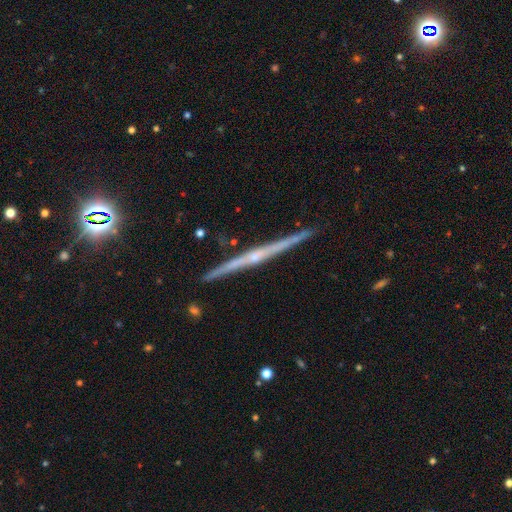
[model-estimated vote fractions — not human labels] A featured or disk galaxy (82%) viewed edge-on (98%) with a rounded central bulge (62%). Merging: none (91%).